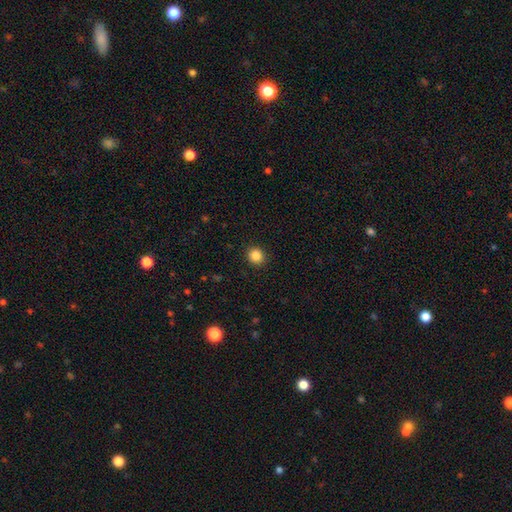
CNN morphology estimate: This appears to be a smooth galaxy with no disk features (86%) that is round (84%). Merging: none (91%).